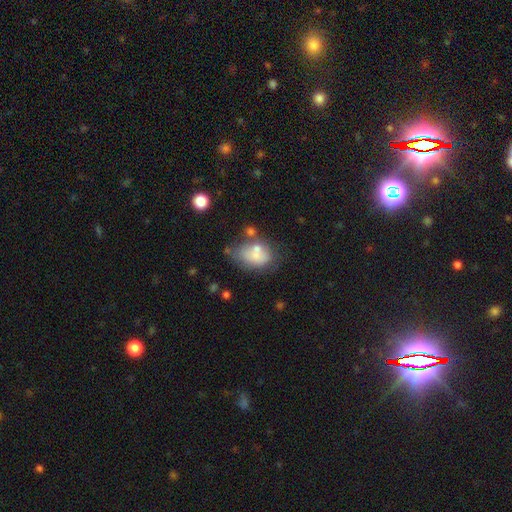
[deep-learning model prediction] smooth_or_featured: smooth (p=0.65) [alt: featured or disk p=0.24]
how_rounded: in between (p=0.78) [alt: round p=0.21]
merging: none (p=0.34) [alt: merger p=0.27]